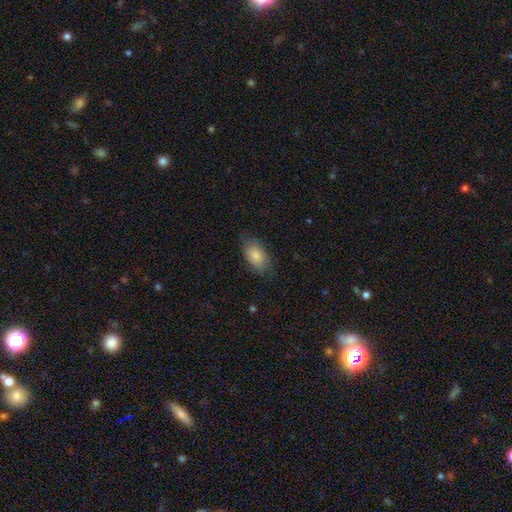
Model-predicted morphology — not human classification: This is clearly a smooth galaxy (81%). How rounded: clearly in between (91%). Merging: likely none (75%).